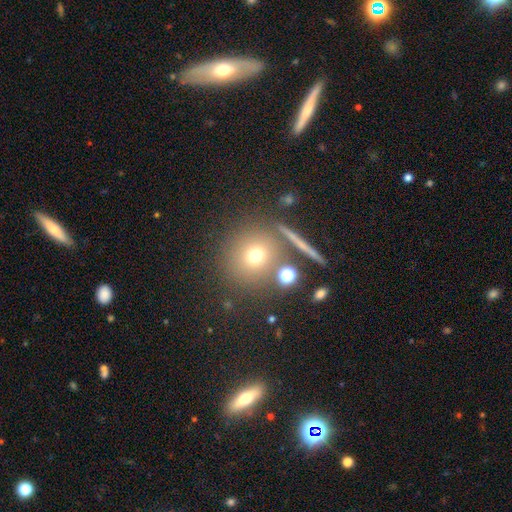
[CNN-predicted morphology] This is likely a smooth galaxy (67%). How rounded: clearly round (90%). Merging: likely none (77%).